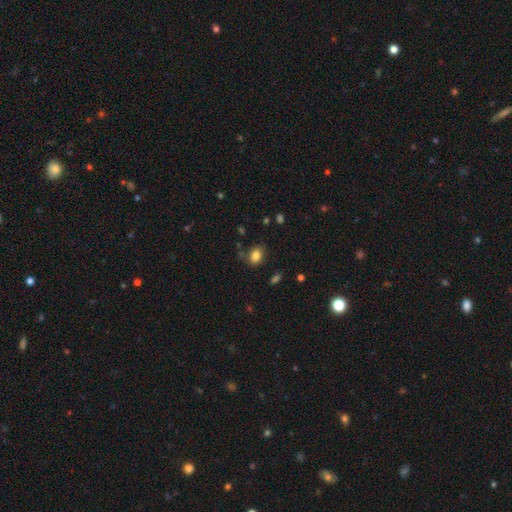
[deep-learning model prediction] Smooth or featured? smooth (83%)
How rounded? in between (70%)
Merging? none (77%)